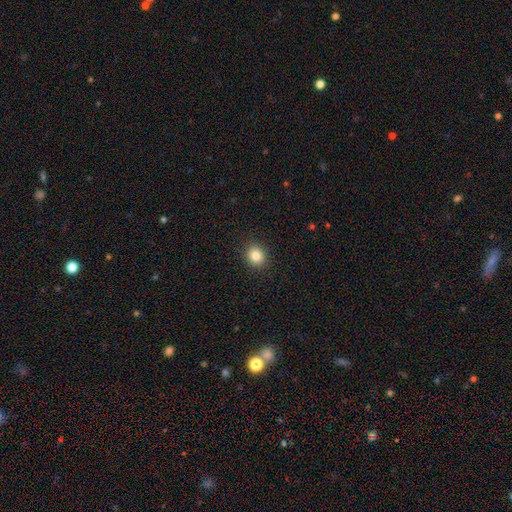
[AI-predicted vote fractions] smooth-or-featured: smooth: 83% | star or artifact: 11% | featured or disk: 6%
  how-rounded: round: 77% | in between: 22% | cigar-shaped: 1%
  merging: none: 91% | minor disturbance: 6% | major disturbance: 2% | merger: 1%